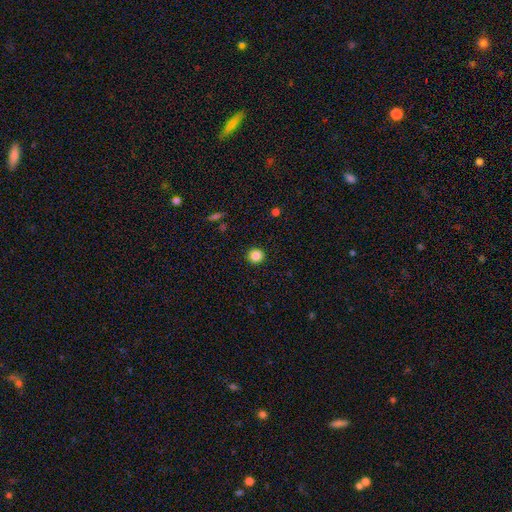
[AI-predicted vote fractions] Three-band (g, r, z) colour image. It shows a smooth galaxy with no disk features (85%) that is round (93%). Merging: none (92%).